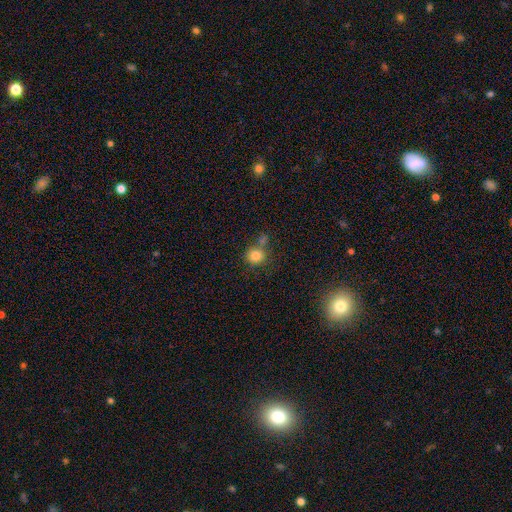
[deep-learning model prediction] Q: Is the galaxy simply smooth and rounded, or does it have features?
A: smooth — 83%.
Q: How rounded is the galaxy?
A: round — 89%.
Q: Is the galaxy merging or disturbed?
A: none — 61%.